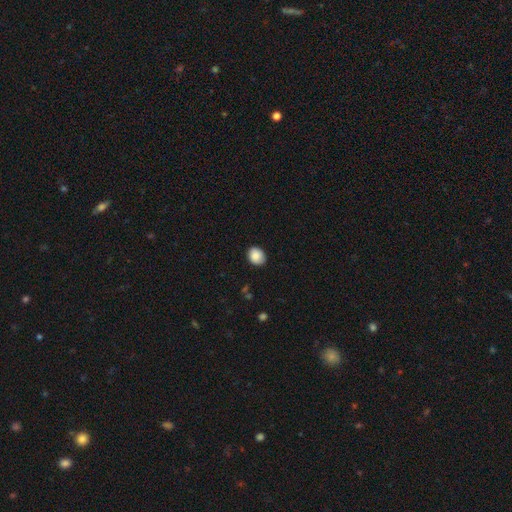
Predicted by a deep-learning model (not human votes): Smooth or featured: smooth — 88% (star or artifact — 8%)
How rounded: round — 52% (in between — 48%)
Merging: none — 83% (minor disturbance — 13%)